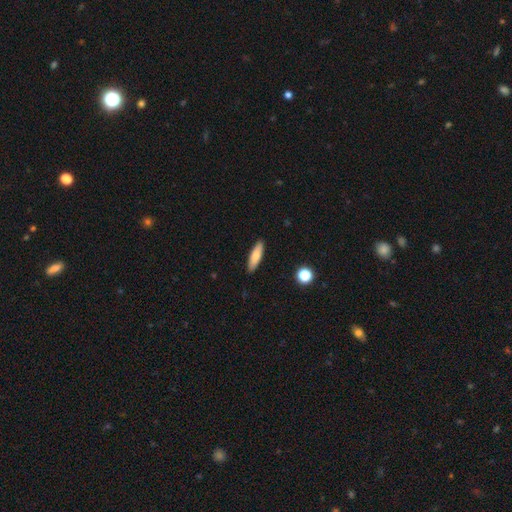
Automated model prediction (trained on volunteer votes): smooth_or_featured: smooth (p=0.79) [alt: featured or disk p=0.15]
how_rounded: cigar-shaped (p=0.62) [alt: in between p=0.36]
merging: none (p=0.89) [alt: minor disturbance p=0.08]